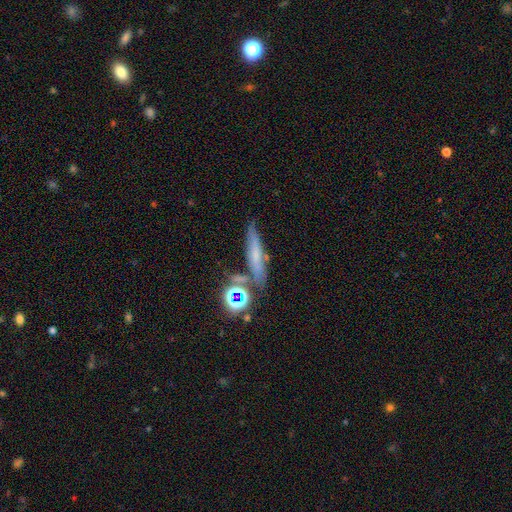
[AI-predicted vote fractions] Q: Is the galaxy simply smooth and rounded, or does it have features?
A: smooth — 47%.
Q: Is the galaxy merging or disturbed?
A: none — 66%.